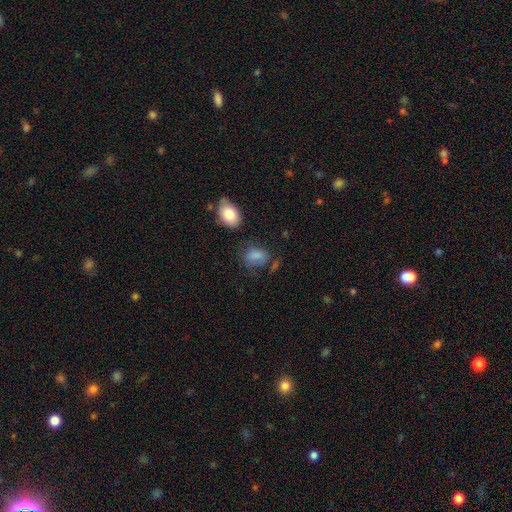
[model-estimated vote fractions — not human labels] This appears to be a smooth galaxy with no disk features (80%) that is in between round and cigar-shaped (72%). Merging: none (51%).